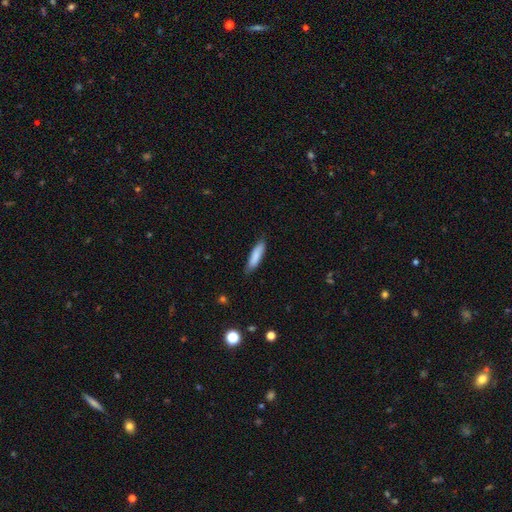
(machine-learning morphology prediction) A smooth galaxy with no disk features (85%) that is cigar-shaped (70%).

Vote fractions:
- Smooth or featured? smooth: 85% / featured or disk: 9% / star or artifact: 6%
- How rounded? cigar-shaped: 70% / in between: 29% / round: 1%
- Merging? none: 82% / minor disturbance: 15% / major disturbance: 2% / merger: 1%